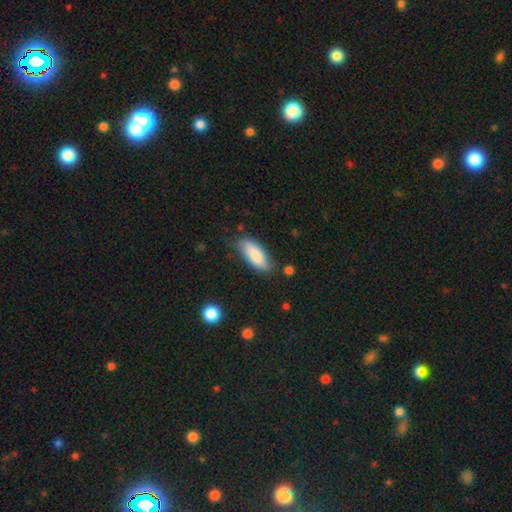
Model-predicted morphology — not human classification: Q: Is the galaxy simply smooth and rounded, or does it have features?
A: smooth — 82%.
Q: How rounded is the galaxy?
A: in between — 80%.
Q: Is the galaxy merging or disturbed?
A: none — 73%.